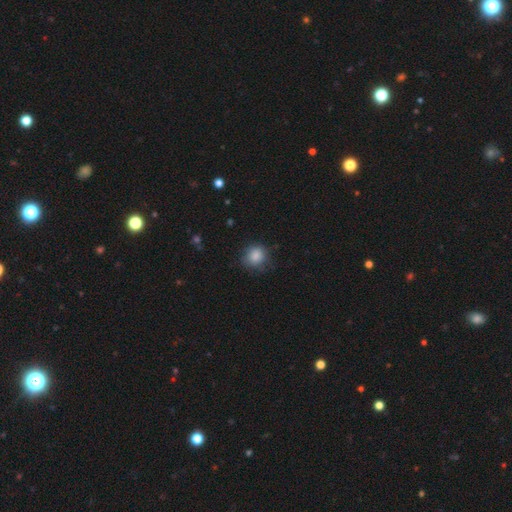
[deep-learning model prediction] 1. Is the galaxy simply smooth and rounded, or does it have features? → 85% smooth, 9% star or artifact, 6% featured or disk.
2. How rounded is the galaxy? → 79% round, 20% in between, 1% cigar-shaped.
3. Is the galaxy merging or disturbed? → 72% none, 21% minor disturbance, 6% major disturbance, 1% merger.